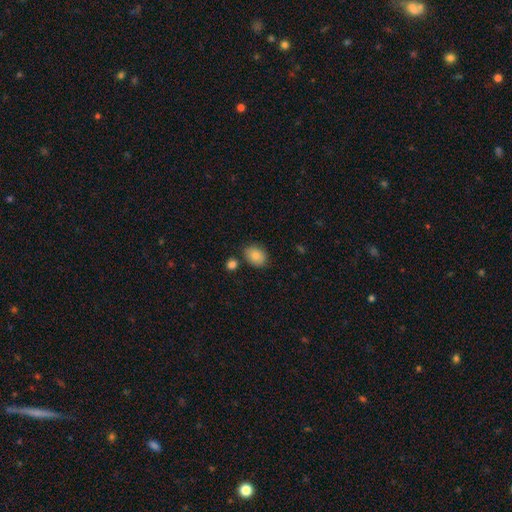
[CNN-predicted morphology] type=smooth (85%); roundness=in between (60%); merging=none (78%).